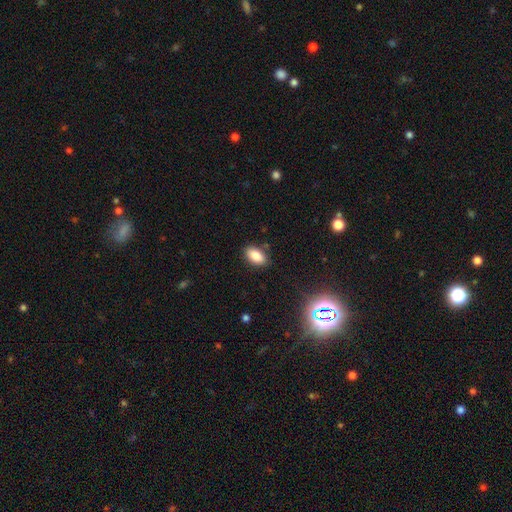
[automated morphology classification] The model was most divided on "merging": none: 84%, minor disturbance: 11%, major disturbance: 3%, merger: 2%. More confident: how rounded — in between (92%); smooth or featured — smooth (84%).